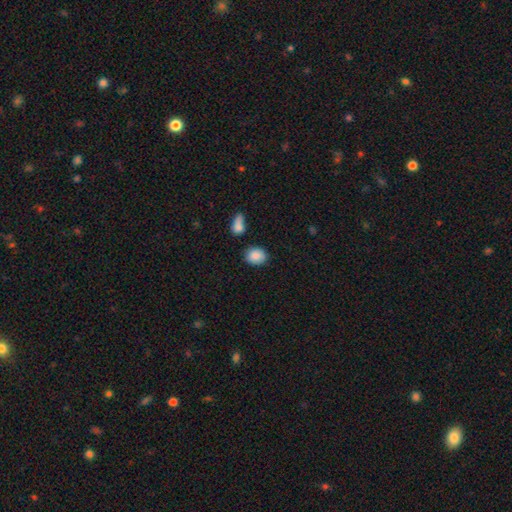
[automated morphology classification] A smooth galaxy with no disk features (87%) that is in between round and cigar-shaped (57%).

Vote fractions:
- Smooth or featured? smooth: 87% / star or artifact: 8% / featured or disk: 5%
- How rounded? in between: 57% / round: 42% / cigar-shaped: 1%
- Merging? none: 78% / minor disturbance: 12% / merger: 6% / major disturbance: 3%